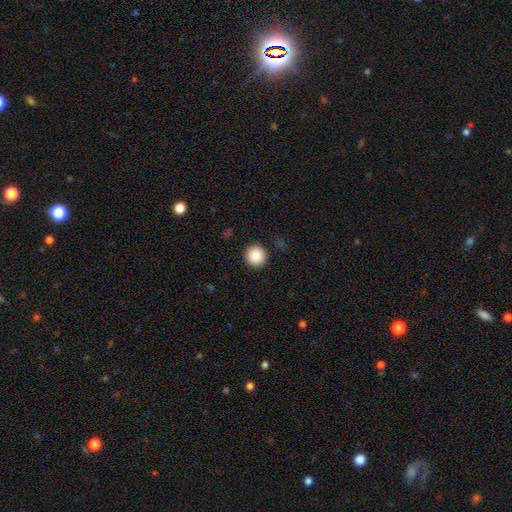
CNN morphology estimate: Q: Smooth or featured?
A: smooth (88%); runner-up: star or artifact (8%)
Q: How rounded?
A: round (95%); runner-up: in between (4%)
Q: Merging?
A: none (91%); runner-up: minor disturbance (6%)